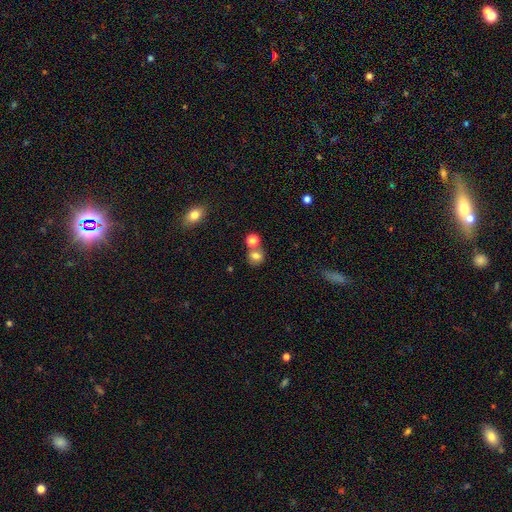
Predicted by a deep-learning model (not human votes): This is likely a smooth galaxy (77%). How rounded: likely round (76%). Merging: possibly none (58%).